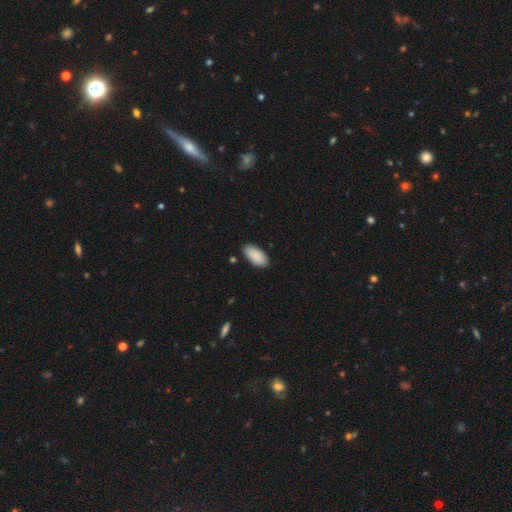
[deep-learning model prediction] A smooth galaxy with no disk features (90%) that is in between round and cigar-shaped (94%).

Vote fractions:
- Smooth or featured? smooth: 90% / star or artifact: 6% / featured or disk: 4%
- How rounded? in between: 94% / cigar-shaped: 4% / round: 2%
- Merging? none: 86% / minor disturbance: 11% / major disturbance: 2% / merger: 2%